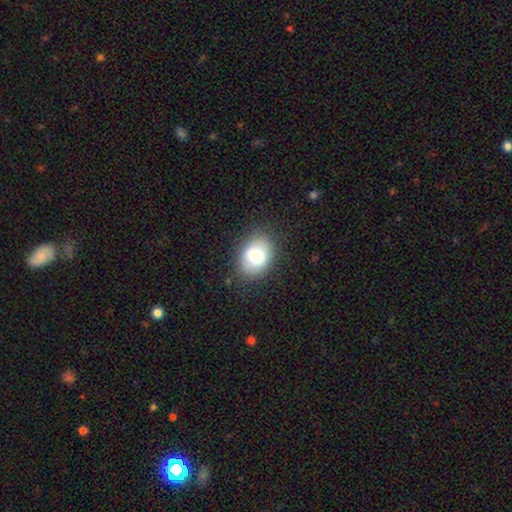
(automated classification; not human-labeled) smooth-or-featured: smooth: 80% | featured or disk: 12% | star or artifact: 8%
  how-rounded: in between: 71% | round: 28% | cigar-shaped: 1%
  merging: none: 82% | minor disturbance: 13% | major disturbance: 4% | merger: 1%